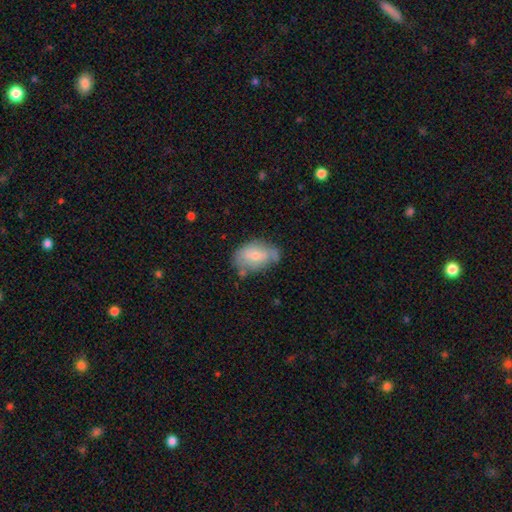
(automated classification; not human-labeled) Morphology: type=smooth (59%); roundness=in between (88%); merging=none (49%).